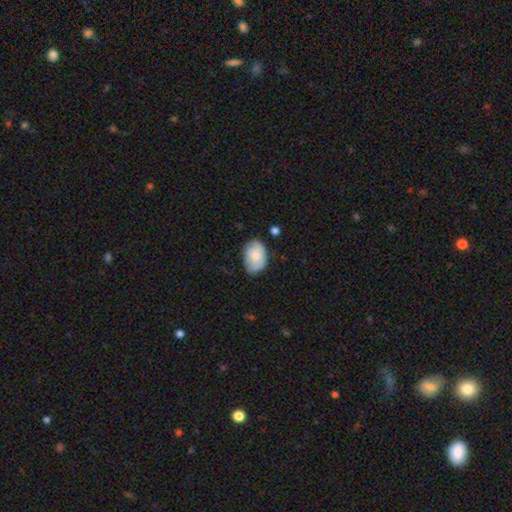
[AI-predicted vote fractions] A smooth galaxy with no disk features (75%) that is in between round and cigar-shaped (85%).

Vote fractions:
- Smooth or featured? smooth: 75% / featured or disk: 18% / star or artifact: 6%
- How rounded? in between: 85% / round: 14% / cigar-shaped: 1%
- Merging? none: 63% / minor disturbance: 29% / major disturbance: 6% / merger: 2%